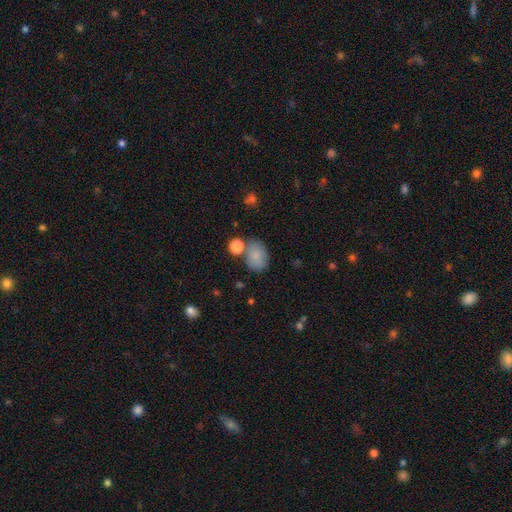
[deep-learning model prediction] Smooth or featured? smooth (83%)
How rounded? in between (74%)
Merging? none (66%)